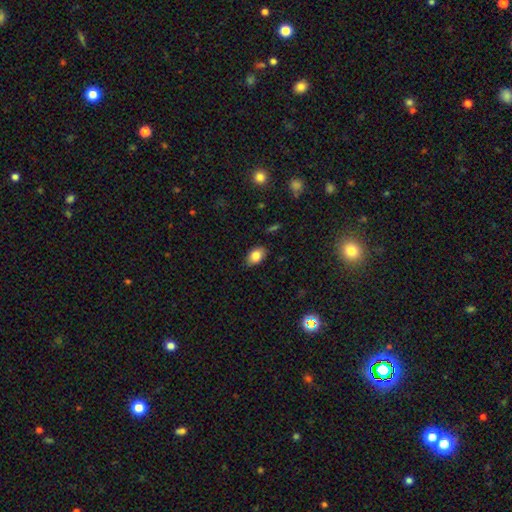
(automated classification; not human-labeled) A smooth galaxy with no disk features (85%) that is in between round and cigar-shaped (86%).

Vote fractions:
- Smooth or featured? smooth: 85% / star or artifact: 9% / featured or disk: 6%
- How rounded? in between: 86% / round: 13% / cigar-shaped: 1%
- Merging? none: 85% / minor disturbance: 12% / major disturbance: 2% / merger: 1%